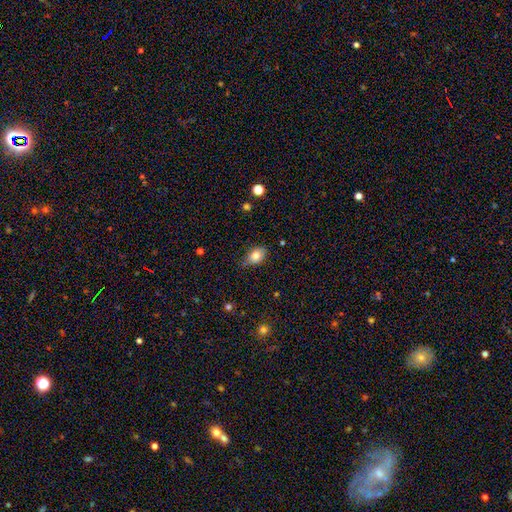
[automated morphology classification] smooth_or_featured: smooth (p=0.82) [alt: featured or disk p=0.09]
how_rounded: in between (p=0.82) [alt: round p=0.16]
merging: none (p=0.72) [alt: minor disturbance p=0.23]